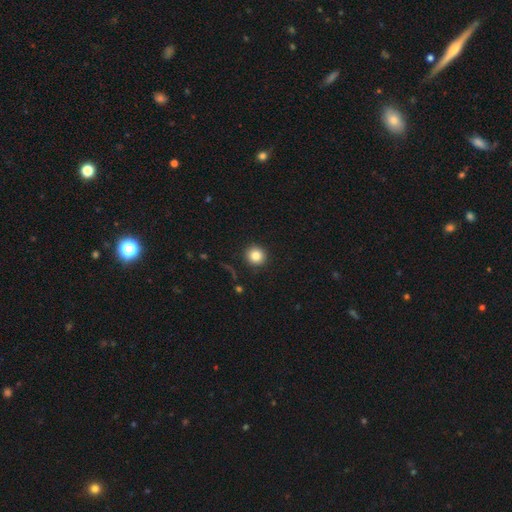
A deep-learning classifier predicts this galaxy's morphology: Smooth or featured: smooth — 83% (star or artifact — 10%)
How rounded: round — 93% (in between — 6%)
Merging: none — 91% (minor disturbance — 5%)